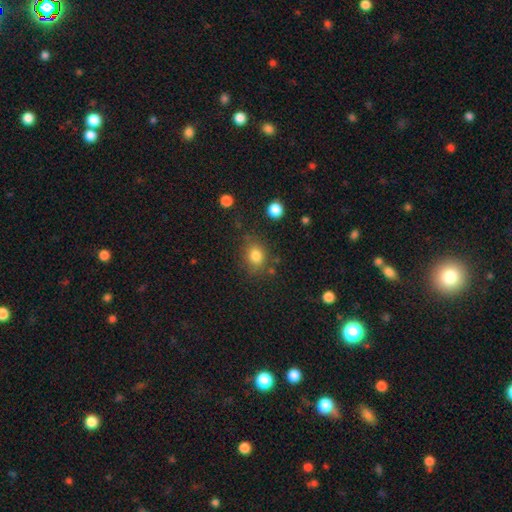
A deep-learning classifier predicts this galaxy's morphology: This is clearly a smooth galaxy (81%). How rounded: possibly round (55%). Merging: likely none (73%).